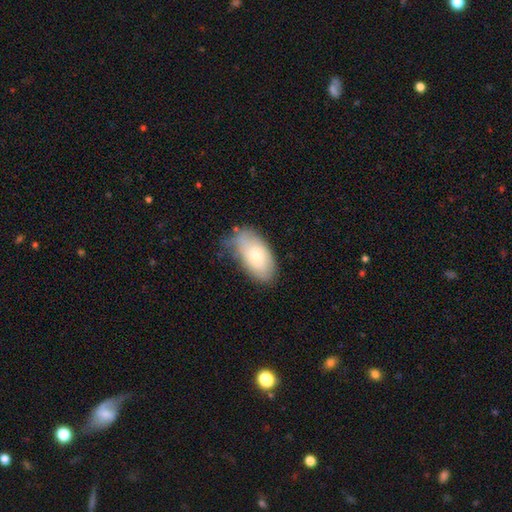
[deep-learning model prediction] smooth 67%, featured or disk 26%, star or artifact 7%. Down the decision tree: how rounded — in between (94%); merging — none (49%).